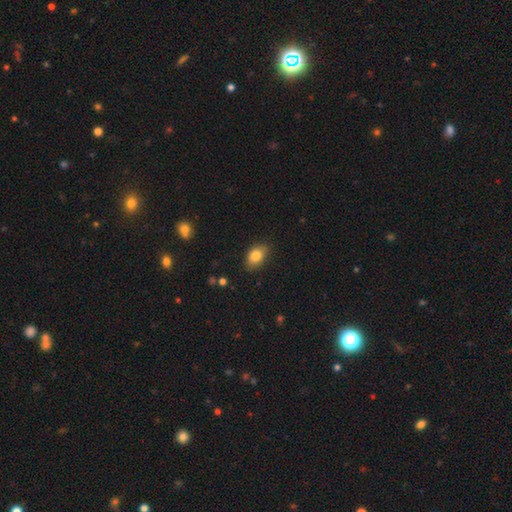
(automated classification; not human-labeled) A smooth galaxy with no disk features (83%) that is in between round and cigar-shaped (84%). Merging: none (83%).